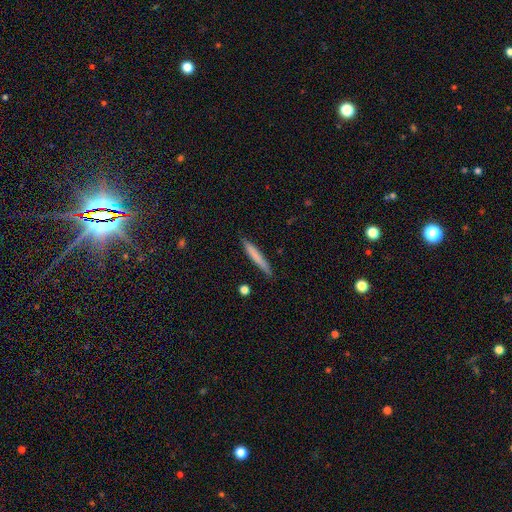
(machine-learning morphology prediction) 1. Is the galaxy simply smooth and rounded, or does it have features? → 75% smooth, 20% featured or disk, 6% star or artifact.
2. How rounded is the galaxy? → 95% cigar-shaped, 4% in between, 1% round.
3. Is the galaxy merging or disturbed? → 86% none, 11% minor disturbance, 2% major disturbance, 2% merger.